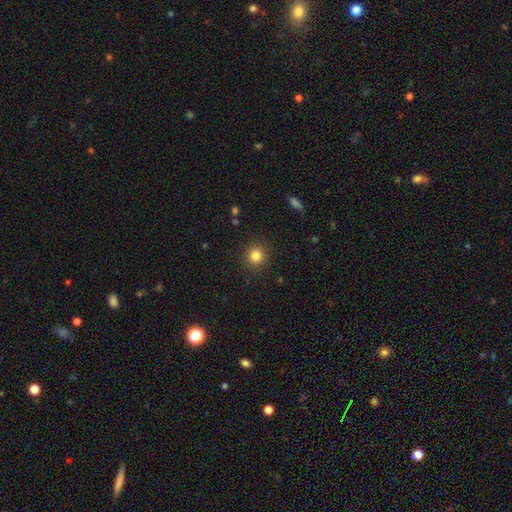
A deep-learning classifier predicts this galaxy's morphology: Smooth or featured?
  - smooth: 82% *
  - star or artifact: 12%
  - featured or disk: 5%
How rounded?
  - round: 92% *
  - in between: 7%
  - cigar-shaped: 1%
Merging?
  - none: 91% *
  - minor disturbance: 6%
  - major disturbance: 2%
  - merger: 1%